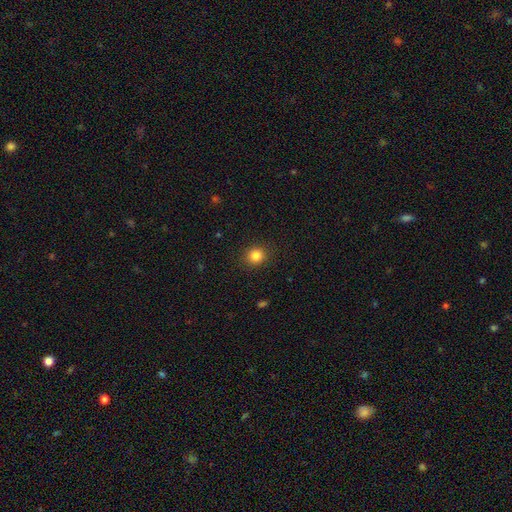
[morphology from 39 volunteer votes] Volunteers were most divided on "how rounded": round: 77%, in between: 23%, cigar-shaped: 0%. More confident: merging — none (91%); smooth or featured — smooth (90%).